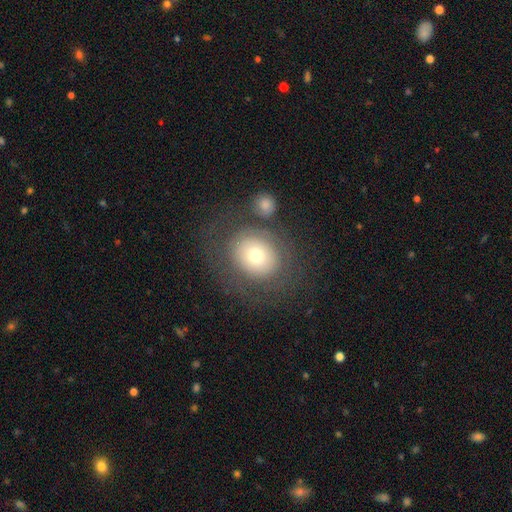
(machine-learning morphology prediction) Q: Smooth or featured?
A: smooth (62%); runner-up: featured or disk (28%)
Q: How rounded?
A: round (65%); runner-up: in between (35%)
Q: Merging?
A: none (63%); runner-up: minor disturbance (14%)